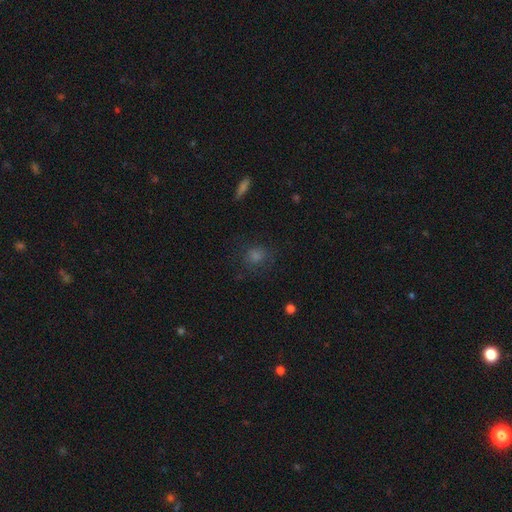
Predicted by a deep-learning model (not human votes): This is possibly a smooth galaxy (59%). How rounded: likely round (78%). Merging: likely none (73%).